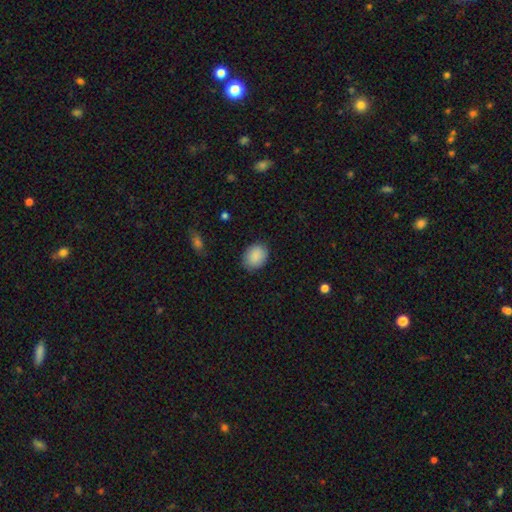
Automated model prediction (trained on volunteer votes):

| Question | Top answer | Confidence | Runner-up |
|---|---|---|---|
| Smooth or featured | smooth | 89% | star or artifact (7%) |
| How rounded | in between | 63% | round (36%) |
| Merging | none | 84% | minor disturbance (12%) |